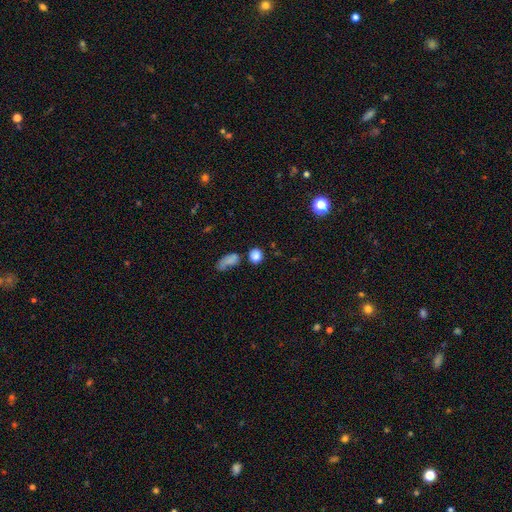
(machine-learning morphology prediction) Smooth or featured?
  - smooth: 83% *
  - star or artifact: 12%
  - featured or disk: 5%
How rounded?
  - round: 79% *
  - in between: 18%
  - cigar-shaped: 2%
Merging?
  - none: 71% *
  - merger: 13%
  - minor disturbance: 11%
  - major disturbance: 5%